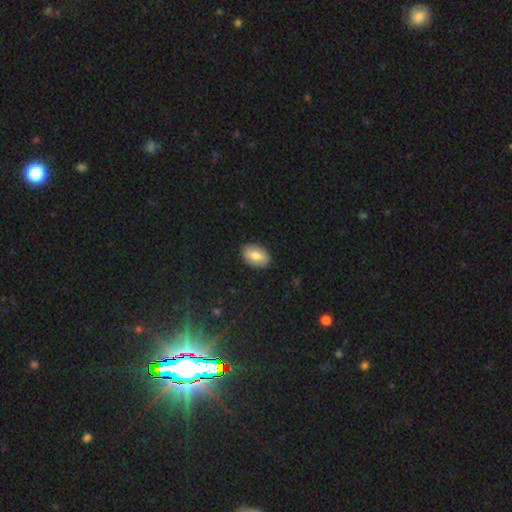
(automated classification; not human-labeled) This is likely a smooth galaxy (78%). How rounded: clearly in between (90%). Merging: clearly none (88%).